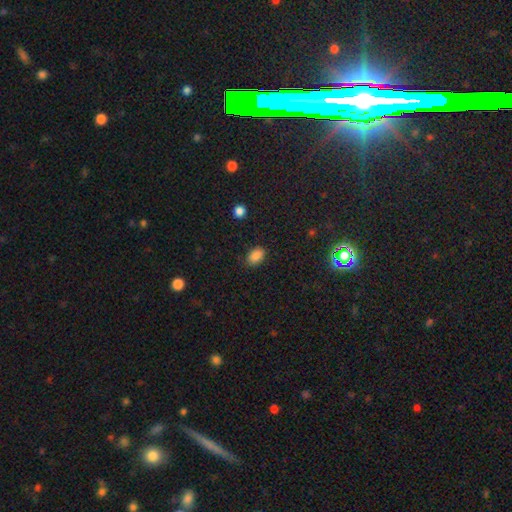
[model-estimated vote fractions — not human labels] Smooth or featured: smooth — 86% (star or artifact — 10%)
How rounded: in between — 87% (round — 12%)
Merging: none — 84% (minor disturbance — 12%)